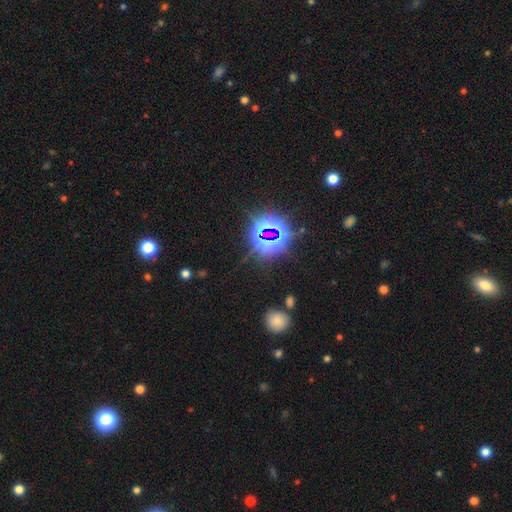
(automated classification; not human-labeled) Smooth or featured? Predicted: star or artifact (p=0.81).